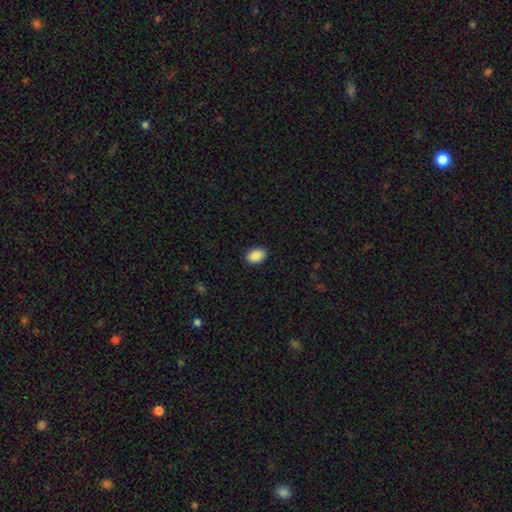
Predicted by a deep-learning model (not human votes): A smooth galaxy with no disk features (90%) that is in between round and cigar-shaped (87%). Merging: none (89%).